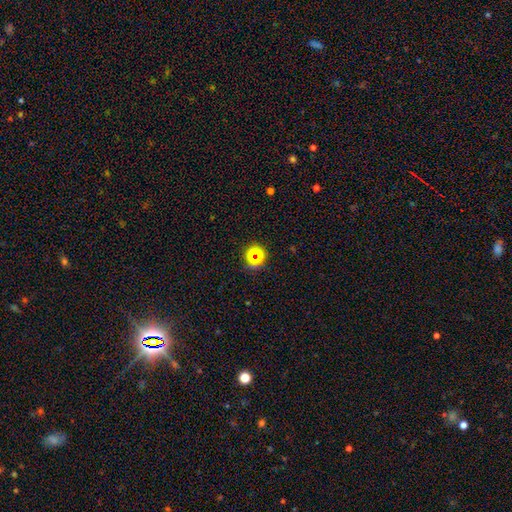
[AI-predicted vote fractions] Smooth or featured: star or artifact — 60% (smooth — 30%)